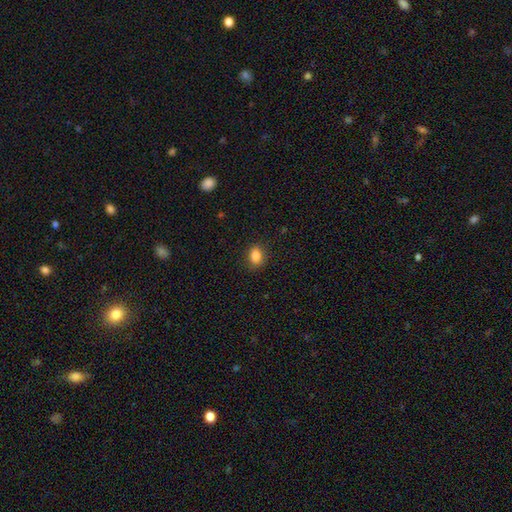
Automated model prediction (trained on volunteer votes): smooth 86%, star or artifact 10%, featured or disk 4%. Down the decision tree: how rounded — in between (70%); merging — none (85%).